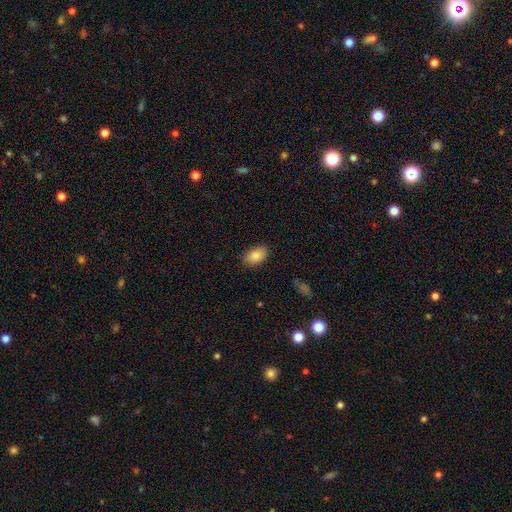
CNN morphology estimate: smooth 87%, star or artifact 7%, featured or disk 6%. Down the decision tree: how rounded — in between (91%); merging — none (86%).